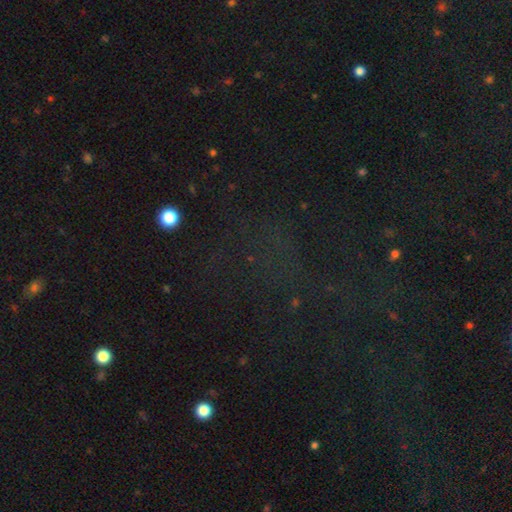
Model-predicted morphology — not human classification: This appears to be a star or artifact, not a galaxy (67%).